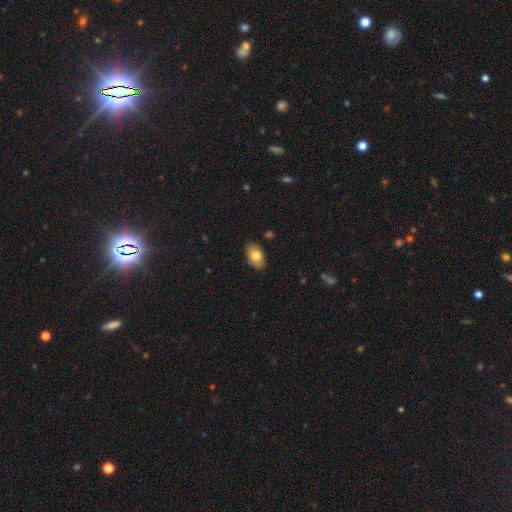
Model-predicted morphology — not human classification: Smooth or featured? Predicted: smooth (p=0.78). How rounded? Predicted: in between (p=0.92). Merging? Predicted: none (p=0.85).